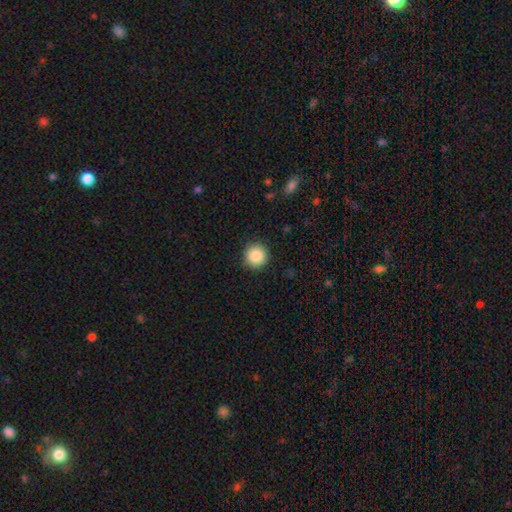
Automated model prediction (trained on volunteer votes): This is clearly a smooth galaxy (87%). How rounded: clearly round (94%). Merging: clearly none (90%).